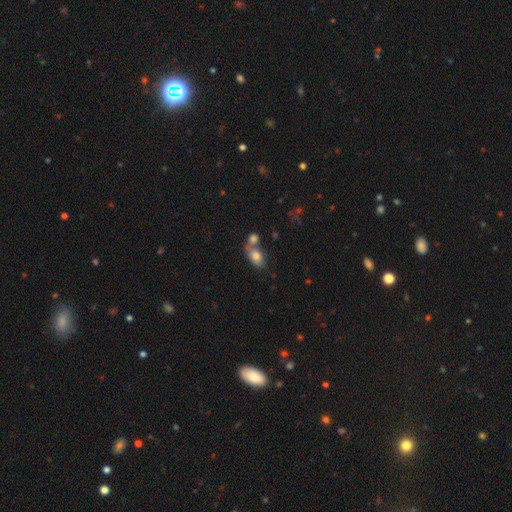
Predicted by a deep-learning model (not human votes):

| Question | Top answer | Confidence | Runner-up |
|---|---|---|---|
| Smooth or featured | smooth | 78% | featured or disk (14%) |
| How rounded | in between | 87% | round (10%) |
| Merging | merger | 43% | none (38%) |